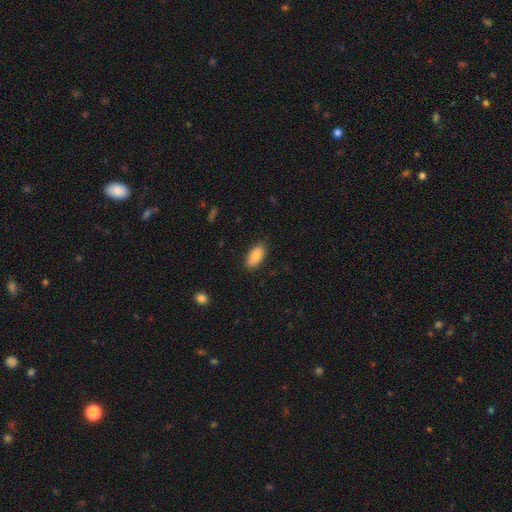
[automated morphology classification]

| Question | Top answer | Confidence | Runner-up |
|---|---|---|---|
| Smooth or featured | smooth | 86% | featured or disk (7%) |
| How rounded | in between | 92% | cigar-shaped (5%) |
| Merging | none | 86% | minor disturbance (11%) |